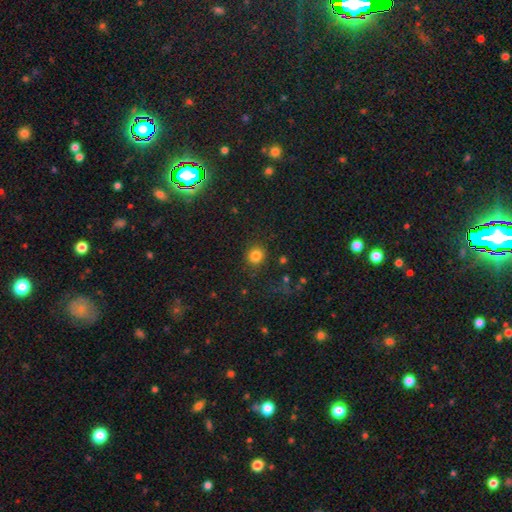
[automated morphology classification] type=smooth (82%); roundness=round (85%); merging=none (86%).